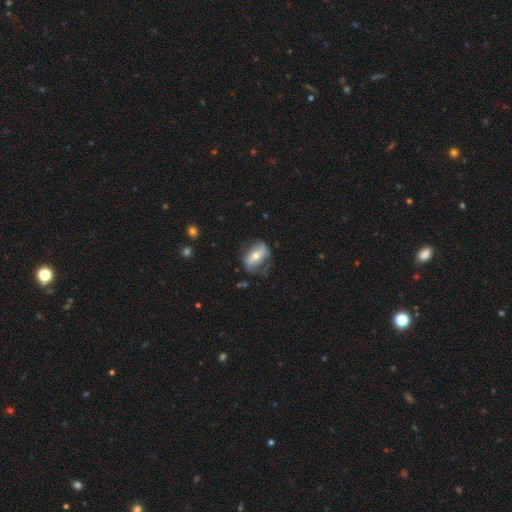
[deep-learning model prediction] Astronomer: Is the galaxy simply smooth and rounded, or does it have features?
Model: featured or disk — 53% (runner-up: smooth, 40%).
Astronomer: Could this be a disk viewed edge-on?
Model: no — 87%.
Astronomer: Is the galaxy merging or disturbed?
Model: none — 56%.